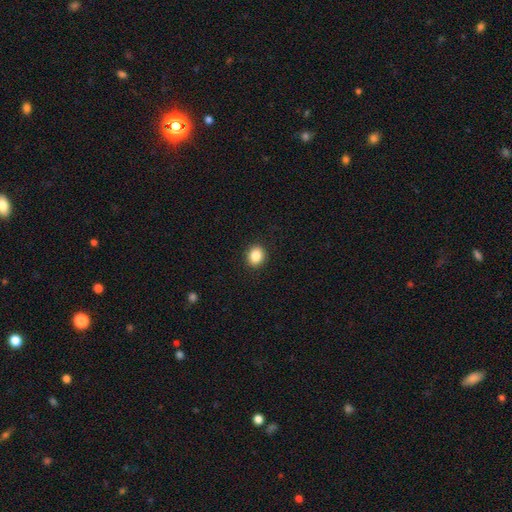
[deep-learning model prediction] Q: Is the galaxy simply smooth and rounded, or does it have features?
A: smooth — 86%.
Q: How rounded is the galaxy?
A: round — 74%.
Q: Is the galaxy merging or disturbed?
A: none — 92%.